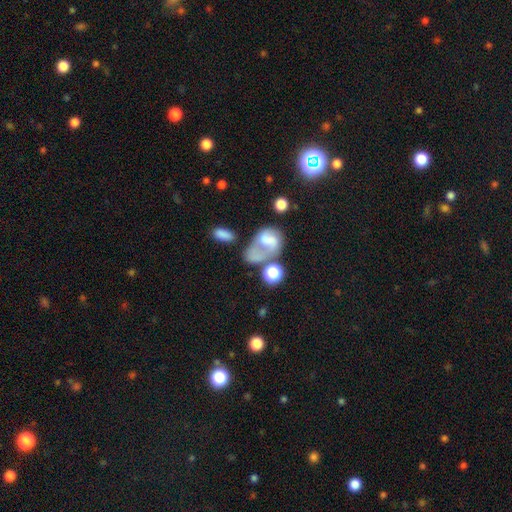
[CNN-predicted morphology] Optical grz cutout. It shows a smooth galaxy with no disk features (49%). Merging: major disturbance (32%).